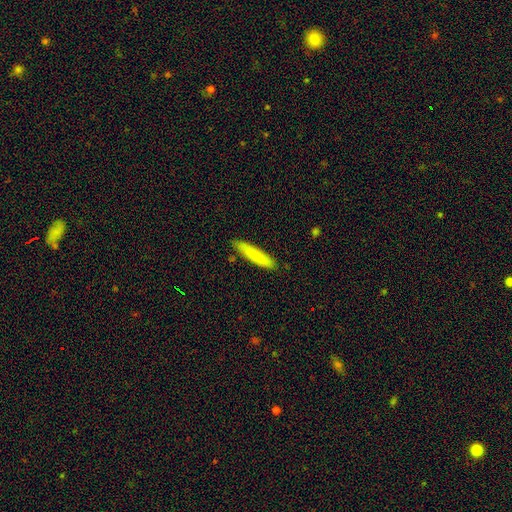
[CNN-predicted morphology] smooth 81%, featured or disk 13%, star or artifact 6%. Down the decision tree: how rounded — cigar-shaped (88%); merging — none (85%).